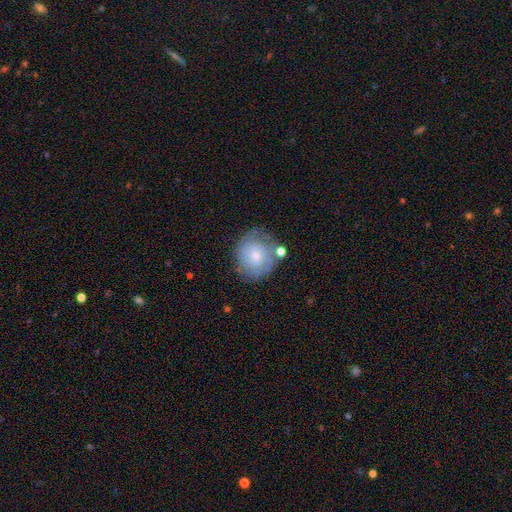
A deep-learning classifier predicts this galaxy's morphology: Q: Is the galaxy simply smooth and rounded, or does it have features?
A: featured or disk — 52%.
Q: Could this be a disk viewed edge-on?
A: no — 97%.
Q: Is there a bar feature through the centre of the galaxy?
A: no — 72%.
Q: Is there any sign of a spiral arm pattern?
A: yes — 77%.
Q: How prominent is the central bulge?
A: small — 65%.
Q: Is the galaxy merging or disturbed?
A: none — 67%.